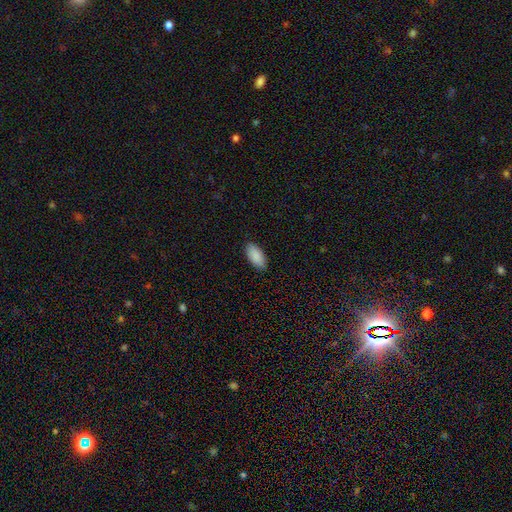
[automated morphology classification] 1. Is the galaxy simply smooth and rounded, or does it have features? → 91% smooth, 6% star or artifact, 4% featured or disk.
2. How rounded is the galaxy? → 92% in between, 7% cigar-shaped, 2% round.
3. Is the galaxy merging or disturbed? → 89% none, 8% minor disturbance, 2% major disturbance, 1% merger.